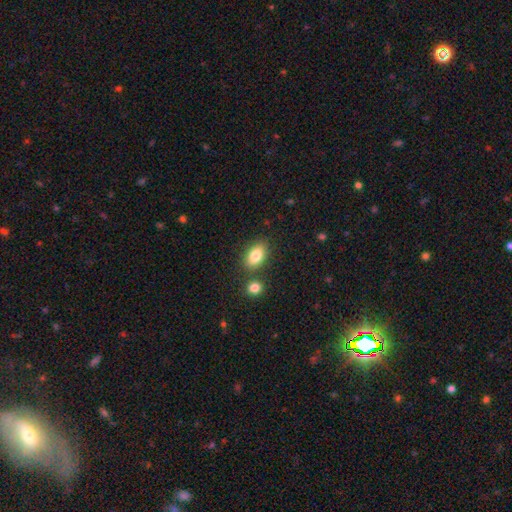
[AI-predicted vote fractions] The model was most divided on "merging": none: 76%, merger: 11%, minor disturbance: 10%, major disturbance: 3%. More confident: how rounded — in between (89%); smooth or featured — smooth (83%).